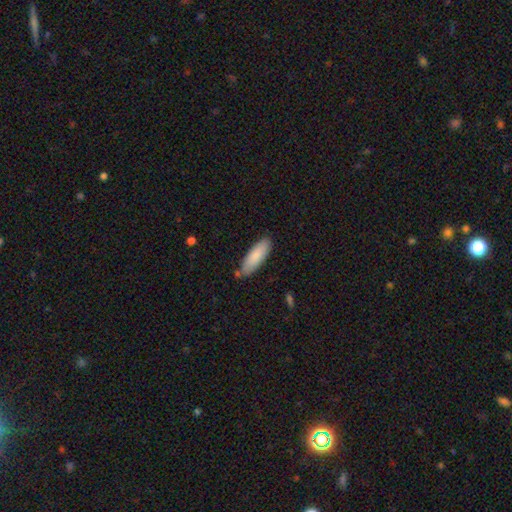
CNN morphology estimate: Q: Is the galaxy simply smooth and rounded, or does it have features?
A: smooth — 85%.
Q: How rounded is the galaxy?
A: in between — 55%.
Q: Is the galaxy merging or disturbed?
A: none — 79%.